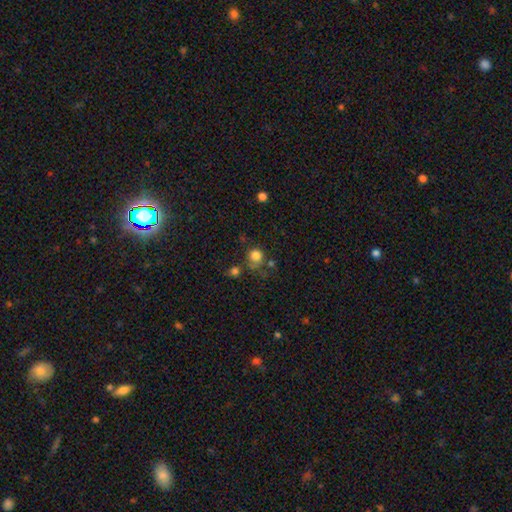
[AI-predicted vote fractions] This is clearly a smooth galaxy (80%). How rounded: clearly round (86%). Merging: possibly none (55%).